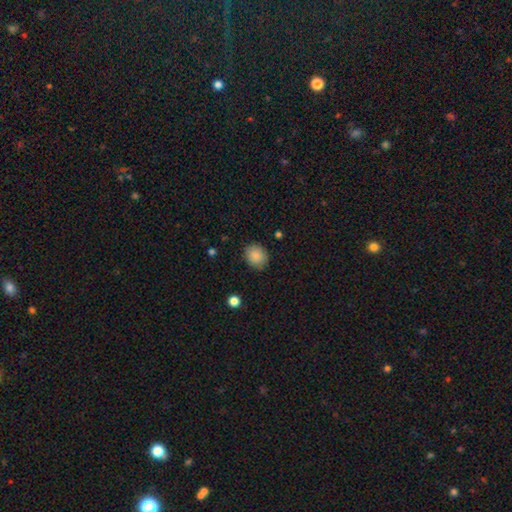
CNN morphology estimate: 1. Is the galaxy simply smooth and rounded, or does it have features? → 88% smooth, 8% star or artifact, 4% featured or disk.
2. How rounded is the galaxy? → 64% round, 35% in between, 1% cigar-shaped.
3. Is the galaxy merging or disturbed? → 86% none, 11% minor disturbance, 3% major disturbance, 1% merger.